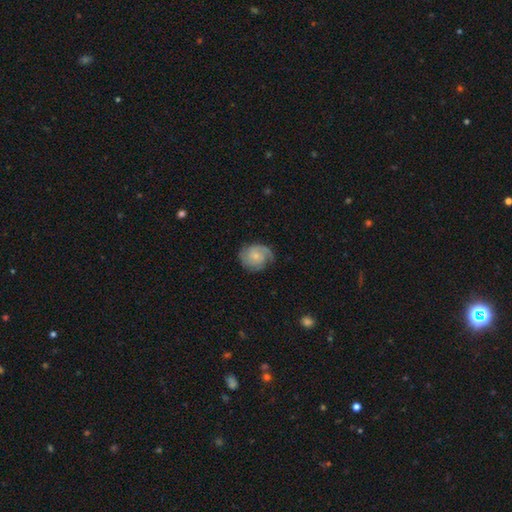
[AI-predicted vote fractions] Overall: featured or disk (66%; smooth 28%). Edge-on disk: no (98%). Bar: no (77%). Spiral arms: yes (92%). Spiral arm count: 2 (43%; can't tell 21%). Spiral winding: tight (51%; medium 35%). Bulge size: small (66%). Merging: none (68%).